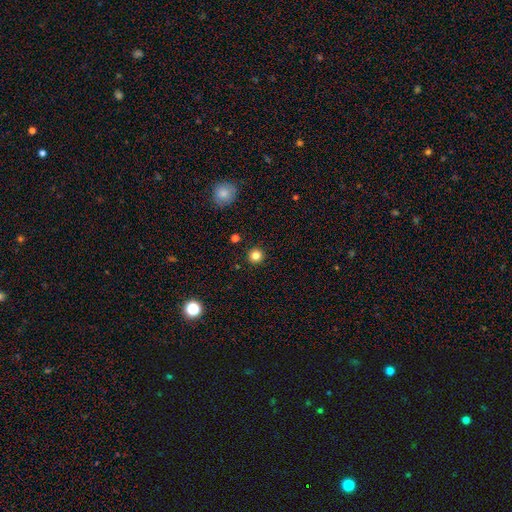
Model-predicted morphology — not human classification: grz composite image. It shows a smooth galaxy with no disk features (83%) that is round (95%). Merging: none (92%).